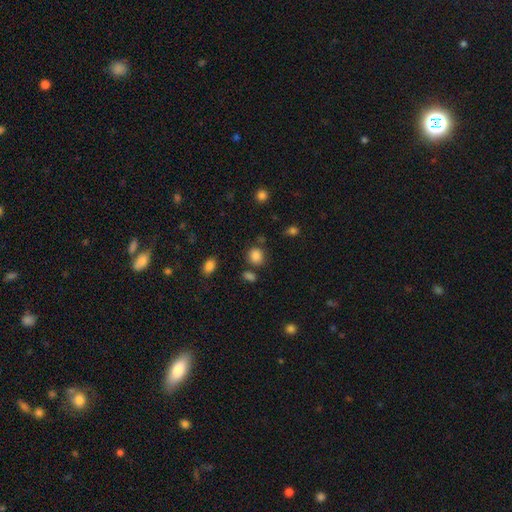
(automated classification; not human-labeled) smooth-or-featured: smooth: 84% | star or artifact: 12% | featured or disk: 4%
  how-rounded: round: 69% | in between: 30% | cigar-shaped: 1%
  merging: none: 73% | minor disturbance: 14% | merger: 8% | major disturbance: 5%